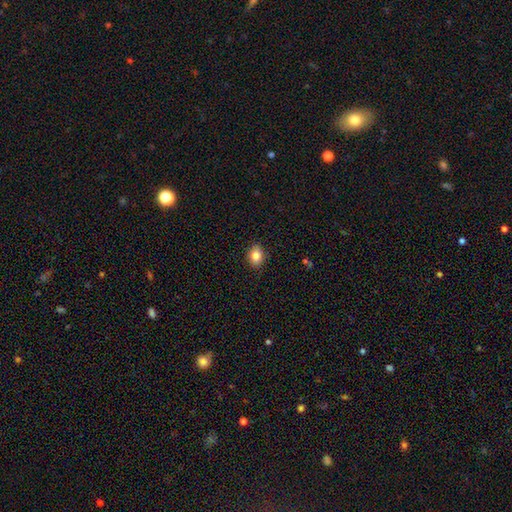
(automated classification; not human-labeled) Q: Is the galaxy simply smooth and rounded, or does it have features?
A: smooth — 84%.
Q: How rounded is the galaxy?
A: in between — 65%.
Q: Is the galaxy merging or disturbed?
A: none — 87%.